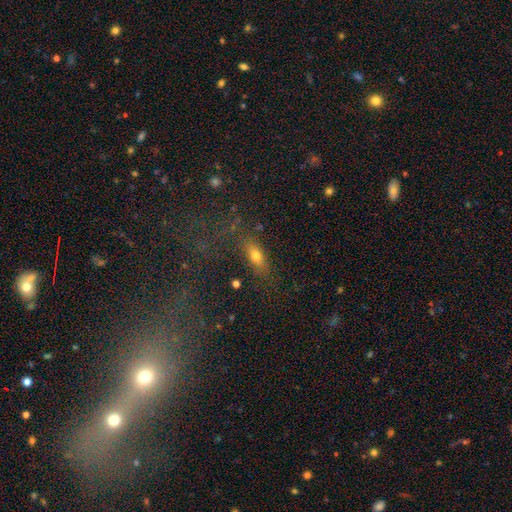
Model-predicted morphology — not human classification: Smooth or featured: smooth — 68% (featured or disk — 16%)
How rounded: in between — 67% (cigar-shaped — 26%)
Merging: none — 71% (minor disturbance — 15%)